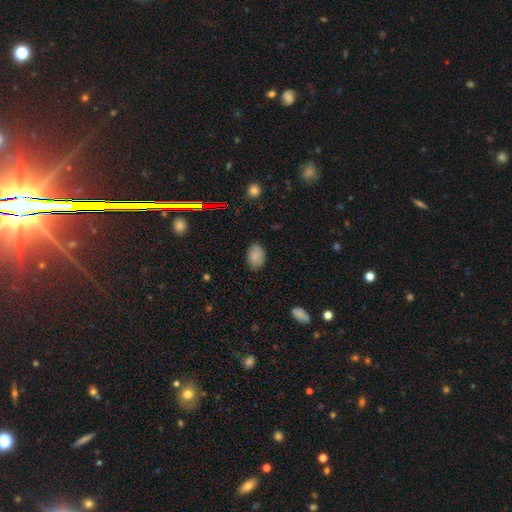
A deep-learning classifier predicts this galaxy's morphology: Q: Smooth or featured?
A: smooth (85%); runner-up: star or artifact (9%)
Q: How rounded?
A: in between (83%); runner-up: round (15%)
Q: Merging?
A: none (82%); runner-up: minor disturbance (14%)